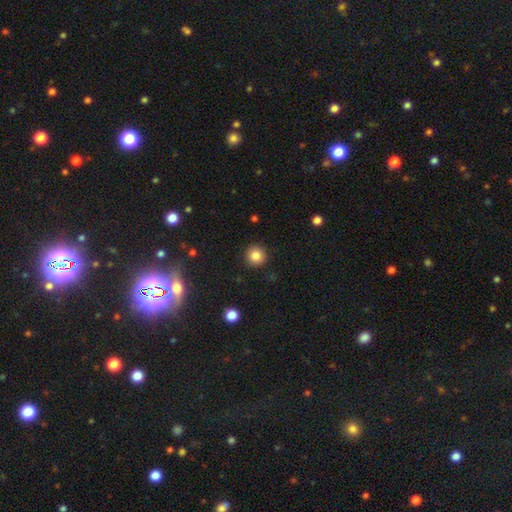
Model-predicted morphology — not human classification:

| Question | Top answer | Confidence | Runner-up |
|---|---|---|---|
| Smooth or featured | smooth | 84% | star or artifact (11%) |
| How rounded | round | 95% | in between (4%) |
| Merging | none | 92% | minor disturbance (5%) |